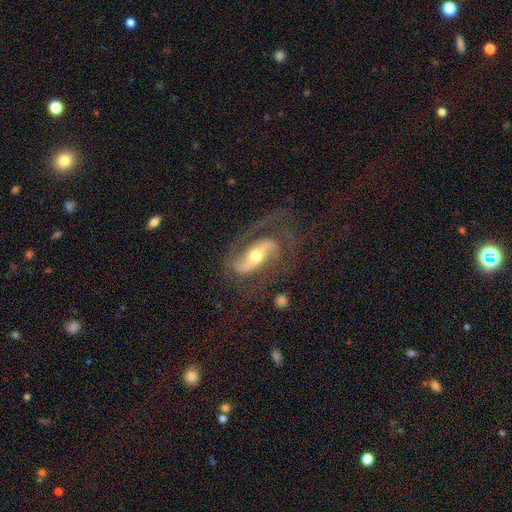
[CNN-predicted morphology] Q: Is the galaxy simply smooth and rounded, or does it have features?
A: featured or disk — 86%.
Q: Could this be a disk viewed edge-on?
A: no — 94%.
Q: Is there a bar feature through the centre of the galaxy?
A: strong — 44%.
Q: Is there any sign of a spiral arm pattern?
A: yes — 94%.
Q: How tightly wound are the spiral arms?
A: medium — 48%.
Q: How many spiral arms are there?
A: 2 — 77%.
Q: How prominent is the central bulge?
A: moderate — 62%.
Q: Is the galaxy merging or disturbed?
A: none — 56%.